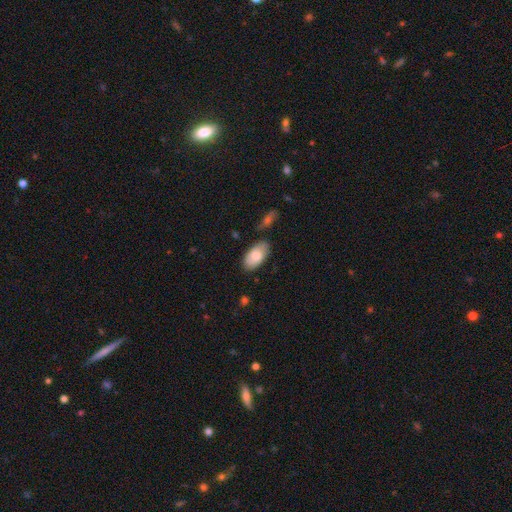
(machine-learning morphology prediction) This appears to be a smooth galaxy with no disk features (77%) that is in between round and cigar-shaped (95%). Merging: none (79%).